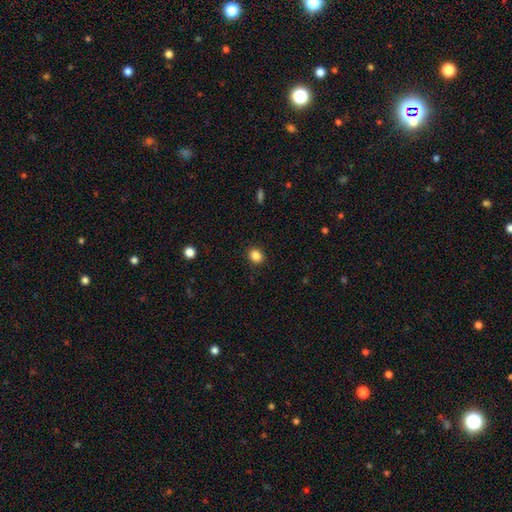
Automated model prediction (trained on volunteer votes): Smooth or featured?
  - smooth: 86% *
  - star or artifact: 10%
  - featured or disk: 4%
How rounded?
  - round: 68% *
  - in between: 31%
  - cigar-shaped: 1%
Merging?
  - none: 90% *
  - minor disturbance: 7%
  - major disturbance: 2%
  - merger: 1%